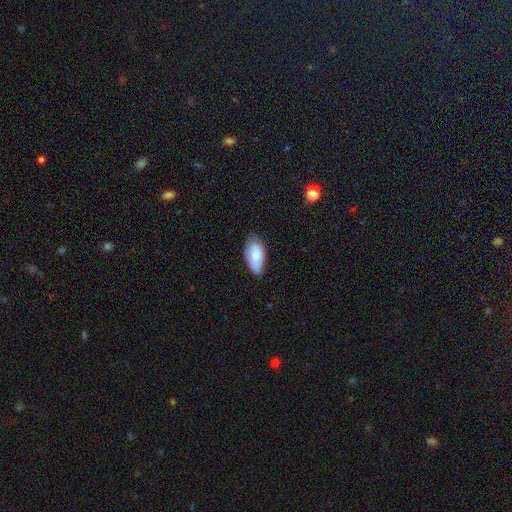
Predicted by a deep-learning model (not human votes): Smooth or featured? Predicted: smooth (p=0.79). How rounded? Predicted: in between (p=0.93). Merging? Predicted: none (p=0.65).